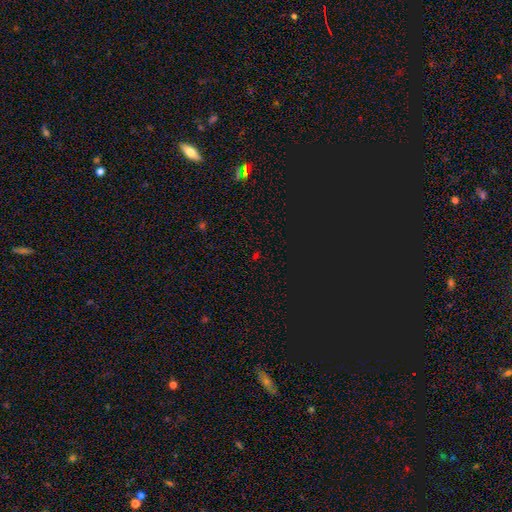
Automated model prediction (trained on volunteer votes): Smooth or featured?
  - star or artifact: 66% *
  - smooth: 28%
  - featured or disk: 6%